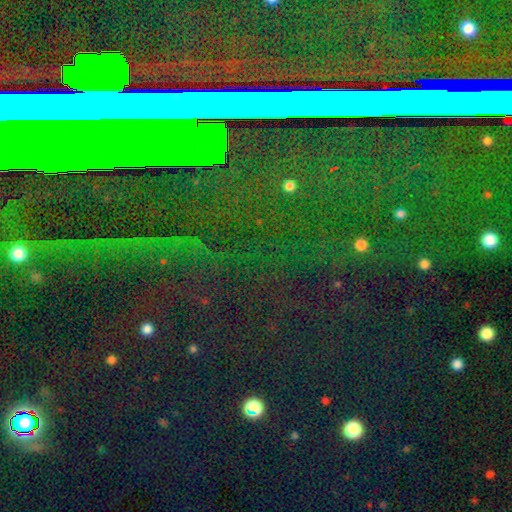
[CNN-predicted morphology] Smooth or featured: star or artifact — 79% (smooth — 11%)